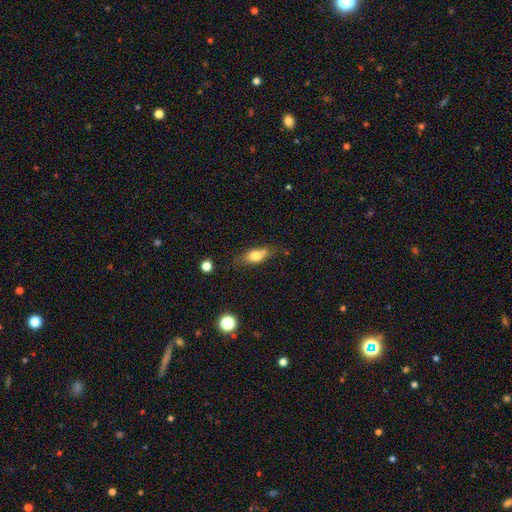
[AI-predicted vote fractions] Smooth or featured: smooth — 71% (featured or disk — 20%)
How rounded: in between — 76% (cigar-shaped — 13%)
Merging: none — 55% (minor disturbance — 27%)